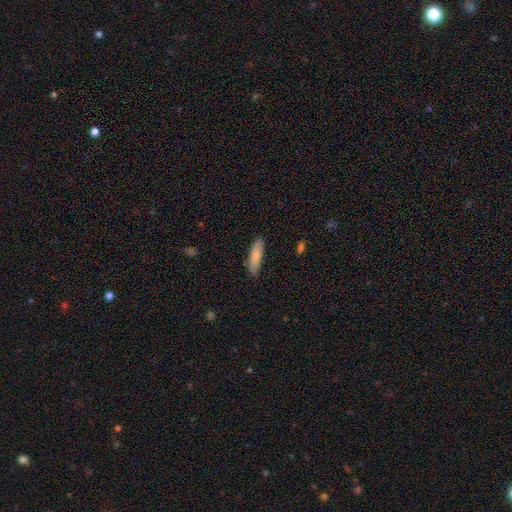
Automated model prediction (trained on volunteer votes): This is clearly a smooth galaxy (81%). How rounded: likely cigar-shaped (74%). Merging: clearly none (85%).